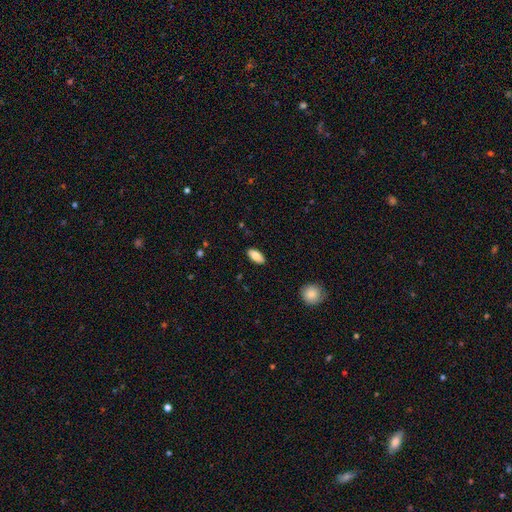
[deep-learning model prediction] Smooth or featured?
  - smooth: 83% *
  - featured or disk: 11%
  - star or artifact: 7%
How rounded?
  - in between: 90% *
  - cigar-shaped: 8%
  - round: 2%
Merging?
  - none: 89% *
  - minor disturbance: 9%
  - major disturbance: 2%
  - merger: 1%